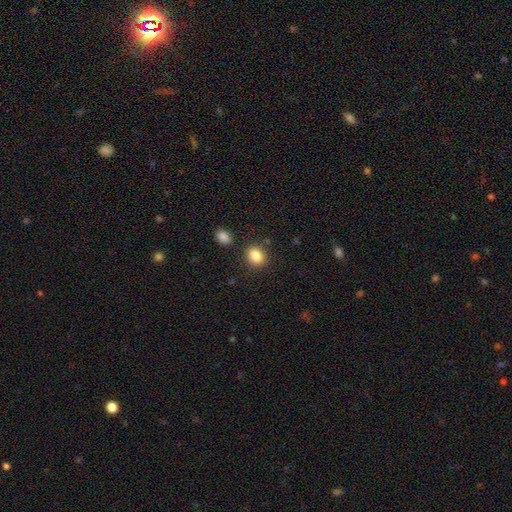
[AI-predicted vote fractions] Q: Smooth or featured?
A: smooth (85%); runner-up: star or artifact (10%)
Q: How rounded?
A: round (58%); runner-up: in between (41%)
Q: Merging?
A: none (83%); runner-up: minor disturbance (9%)